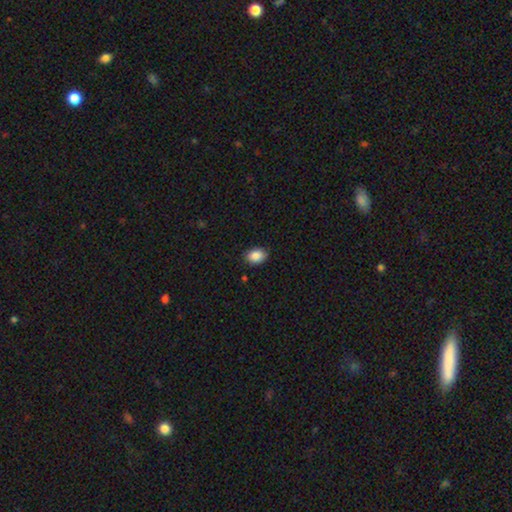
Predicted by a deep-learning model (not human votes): Smooth or featured: smooth — 88% (star or artifact — 8%)
How rounded: in between — 74% (round — 24%)
Merging: none — 84% (minor disturbance — 12%)